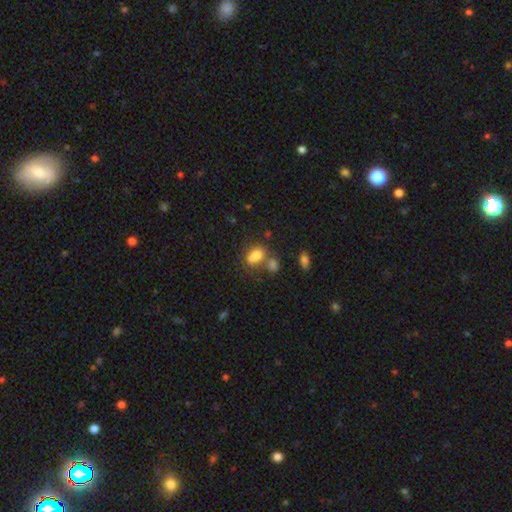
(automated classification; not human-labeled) This appears to be a smooth galaxy with no disk features (74%) that is in between round and cigar-shaped (73%). Merging: merger (43%).